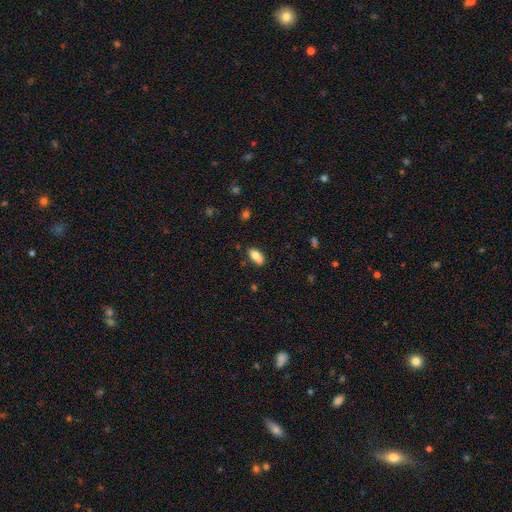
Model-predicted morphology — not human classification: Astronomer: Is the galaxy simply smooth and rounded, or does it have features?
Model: smooth — 78%.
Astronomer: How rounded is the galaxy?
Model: in between — 87%.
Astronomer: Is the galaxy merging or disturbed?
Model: none — 68%.